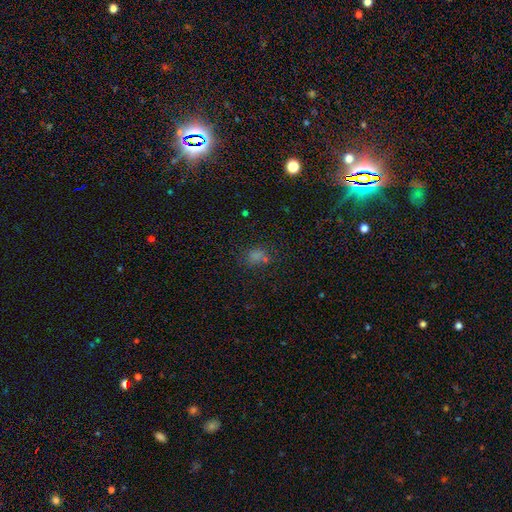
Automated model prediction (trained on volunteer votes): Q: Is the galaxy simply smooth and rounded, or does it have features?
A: smooth — 51%.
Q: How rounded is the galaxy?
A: in between — 51%.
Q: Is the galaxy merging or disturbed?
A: none — 66%.